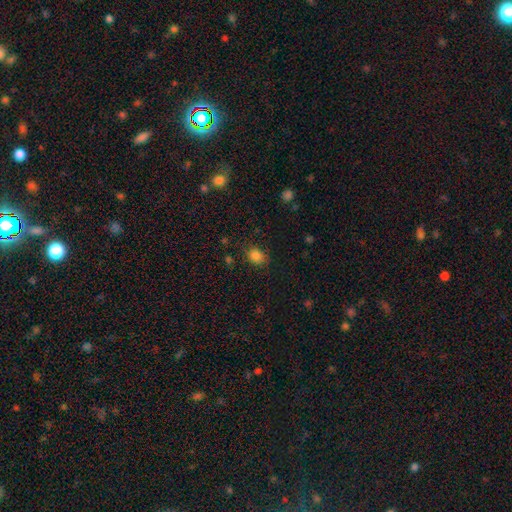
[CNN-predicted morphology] The model was most divided on "how rounded": in between: 51%, round: 47%, cigar-shaped: 1%. More confident: smooth or featured — smooth (83%); merging — none (80%).